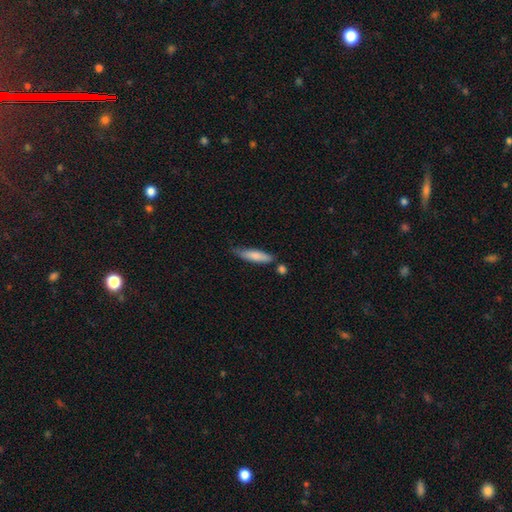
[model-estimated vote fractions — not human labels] Overall: smooth (79%). How rounded: cigar-shaped (76%). Merging: none (65%).